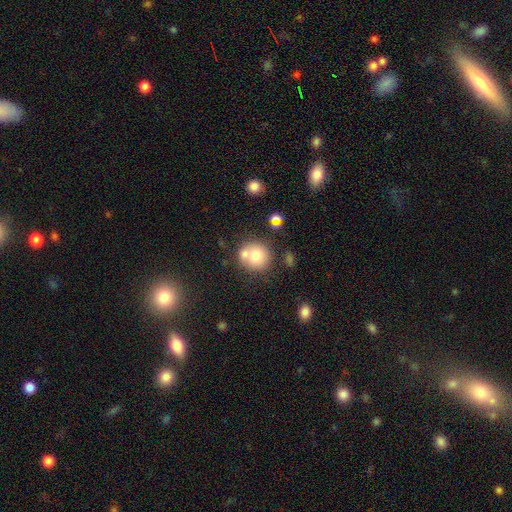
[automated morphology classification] A smooth galaxy with no disk features (72%) that is round (88%). Merging: none (51%).